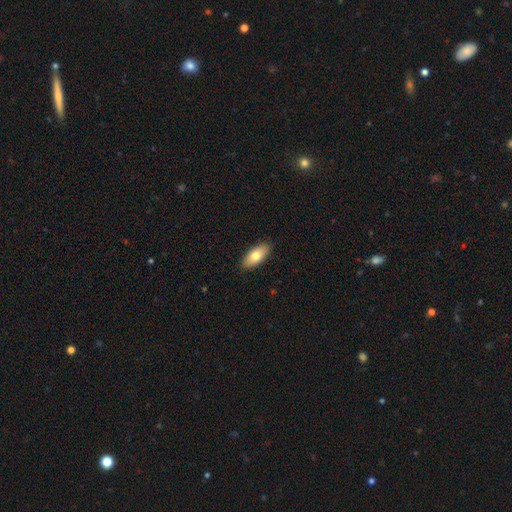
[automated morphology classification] A smooth galaxy with no disk features (77%) that is in between round and cigar-shaped (88%). Merging: none (90%).